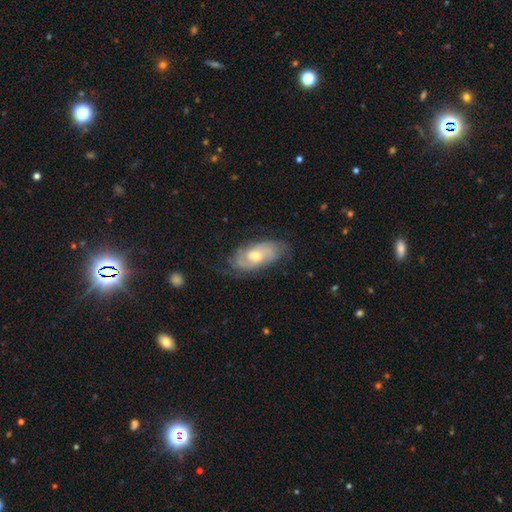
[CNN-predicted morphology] type=featured or disk (72%); edge-on=no (92%); bar=no (60%); spiral arms=yes (90%); winding=tight (47%); arm count=2 (51%); bulge=moderate (67%); merging=none (70%).